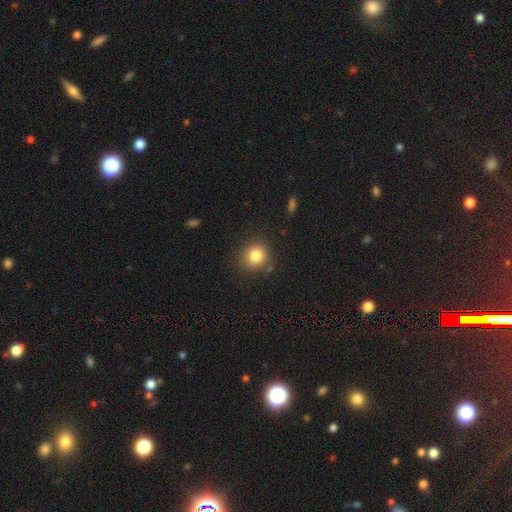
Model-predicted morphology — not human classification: smooth_or_featured: smooth (p=0.82) [alt: star or artifact p=0.11]
how_rounded: round (p=0.86) [alt: in between p=0.13]
merging: none (p=0.84) [alt: minor disturbance p=0.10]